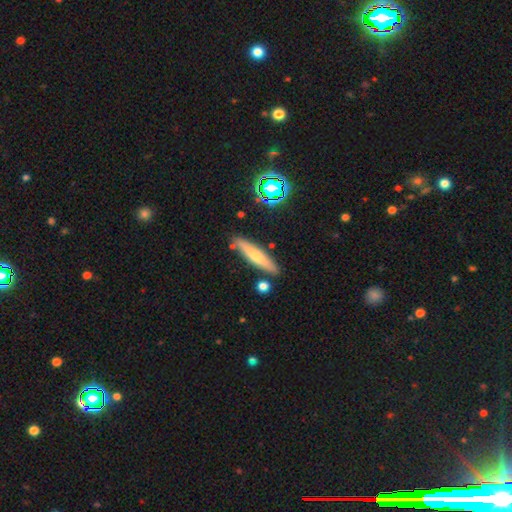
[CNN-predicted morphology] This appears to be a smooth galaxy with no disk features (58%) that is cigar-shaped (85%). Merging: none (83%).